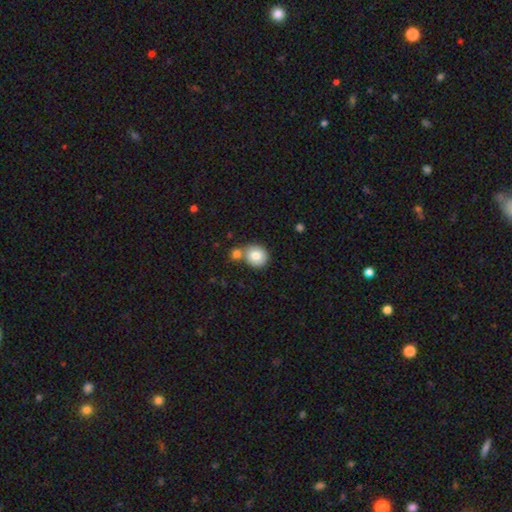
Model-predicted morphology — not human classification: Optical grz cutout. It shows a smooth galaxy with no disk features (80%) that is round (82%). Merging: none (58%).